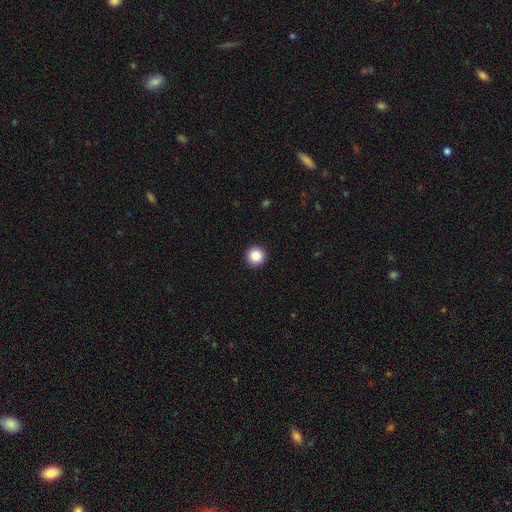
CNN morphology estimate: type=smooth (85%); roundness=round (96%); merging=none (94%).